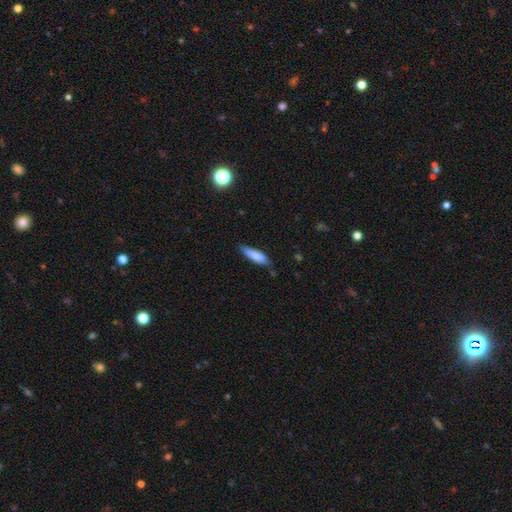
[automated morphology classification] Smooth or featured? Predicted: smooth (p=0.80). How rounded? Predicted: cigar-shaped (p=0.59). Merging? Predicted: none (p=0.69).